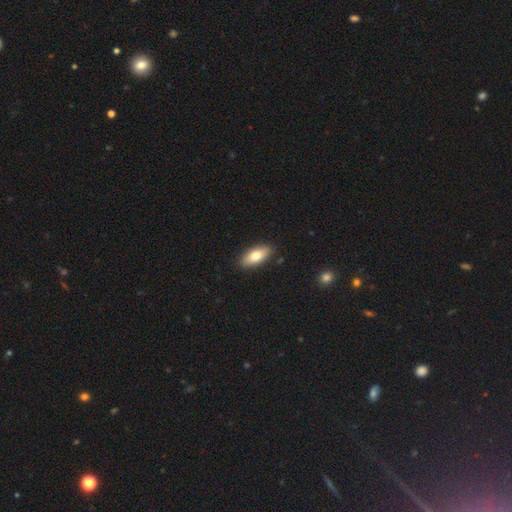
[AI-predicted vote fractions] Smooth or featured?
  - smooth: 77% *
  - featured or disk: 17%
  - star or artifact: 6%
How rounded?
  - in between: 84% *
  - cigar-shaped: 13%
  - round: 2%
Merging?
  - none: 88% *
  - minor disturbance: 9%
  - major disturbance: 2%
  - merger: 1%